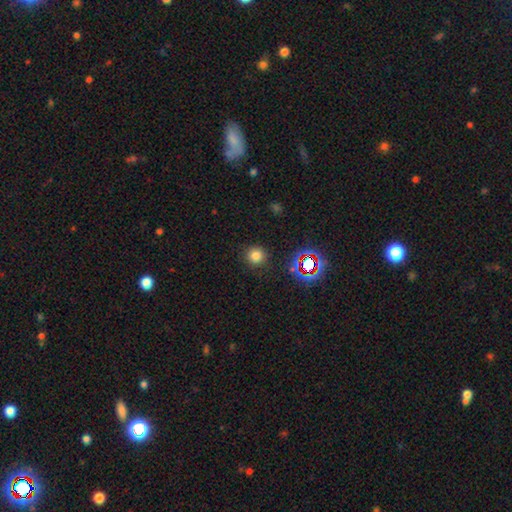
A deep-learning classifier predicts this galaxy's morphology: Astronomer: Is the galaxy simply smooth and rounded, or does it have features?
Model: smooth — 76%.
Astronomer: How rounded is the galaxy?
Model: round — 94%.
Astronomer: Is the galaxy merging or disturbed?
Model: none — 89%.